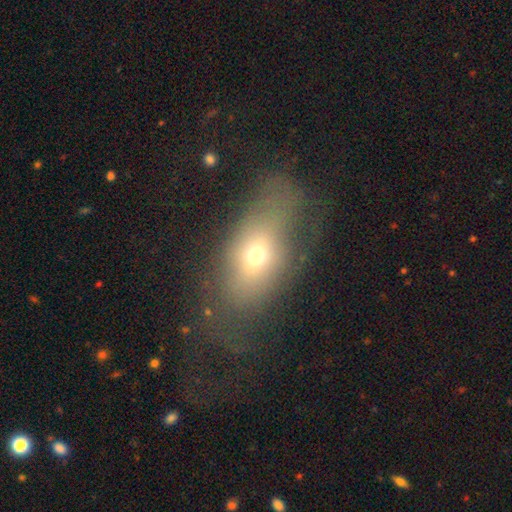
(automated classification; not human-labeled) Overall: smooth (58%; featured or disk 27%). How rounded: in between (77%). Merging: none (47%; major disturbance 28%).